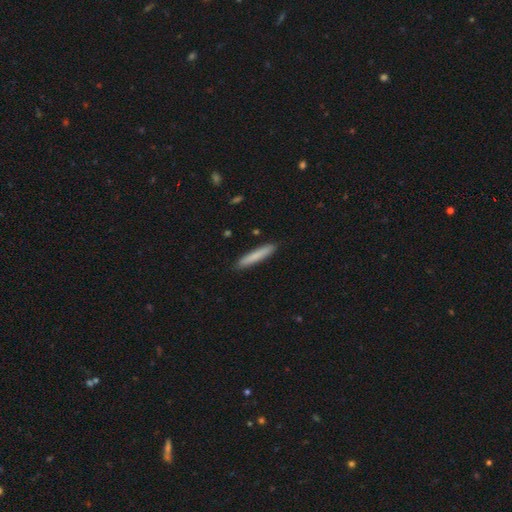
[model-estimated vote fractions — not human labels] Smooth or featured? Predicted: smooth (p=0.80). How rounded? Predicted: cigar-shaped (p=0.94). Merging? Predicted: none (p=0.90).